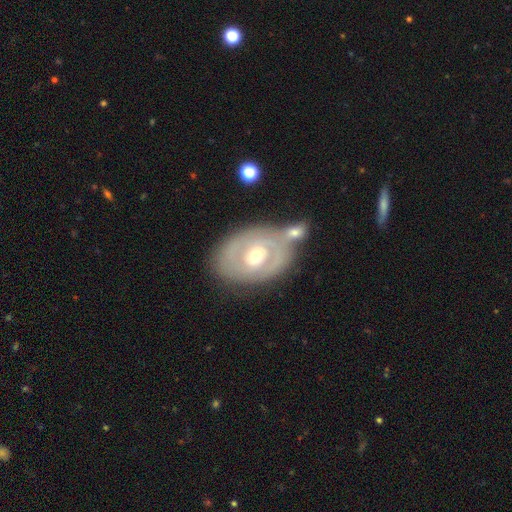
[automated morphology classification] Smooth or featured? Predicted: featured or disk (p=0.74). Edge-on disk? Predicted: no (p=0.95). Bar? Predicted: no (p=0.63). Spiral arms? Predicted: yes (p=0.64). Bulge size? Predicted: moderate (p=0.70). Merging? Predicted: none (p=0.50).